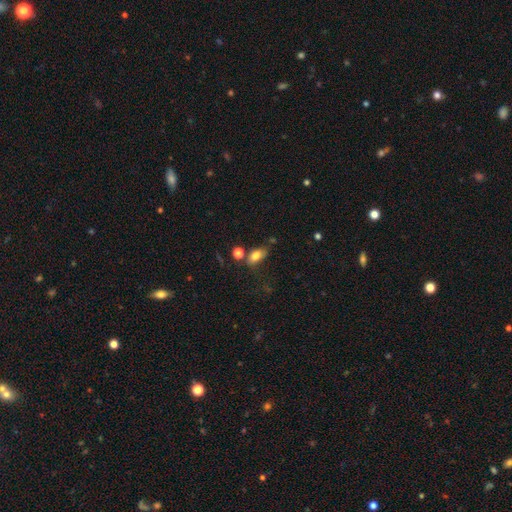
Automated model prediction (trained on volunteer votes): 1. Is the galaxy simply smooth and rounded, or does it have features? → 79% smooth, 11% featured or disk, 10% star or artifact.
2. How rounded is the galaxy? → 86% in between, 9% round, 6% cigar-shaped.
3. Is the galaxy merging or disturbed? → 60% none, 20% minor disturbance, 13% merger, 7% major disturbance.